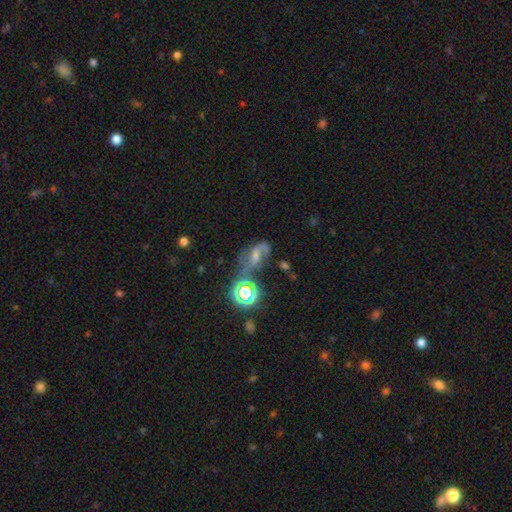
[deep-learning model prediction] featured or disk 46%, smooth 29%, star or artifact 25%. Down the decision tree: merging — none (39%).